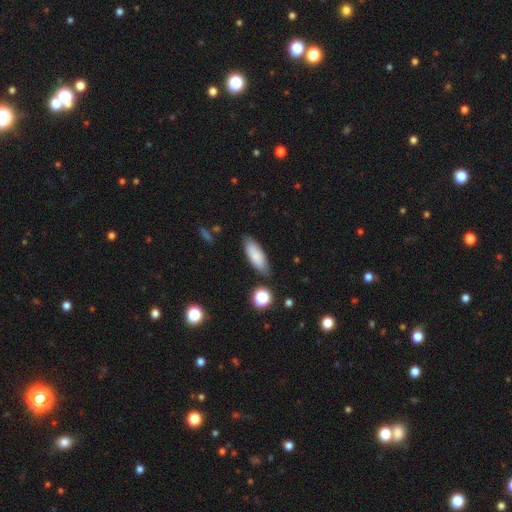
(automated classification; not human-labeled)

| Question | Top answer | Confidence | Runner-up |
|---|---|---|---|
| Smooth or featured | smooth | 81% | featured or disk (12%) |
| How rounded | in between | 67% | cigar-shaped (31%) |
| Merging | none | 83% | minor disturbance (12%) |